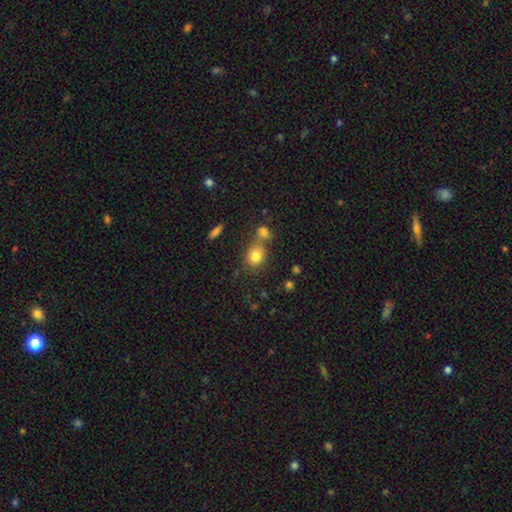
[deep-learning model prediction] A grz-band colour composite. It shows a smooth galaxy with no disk features (80%) that is round (65%). Merging: none (55%).